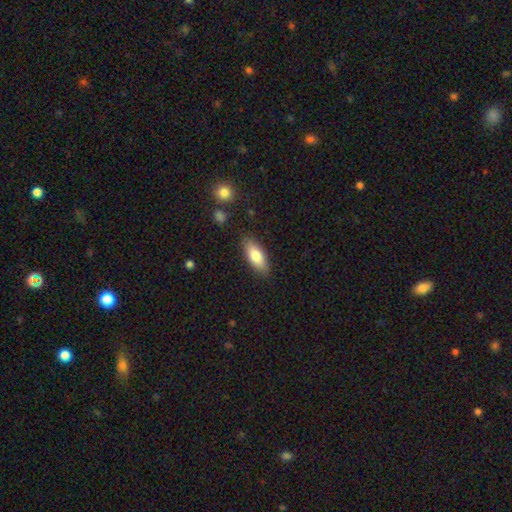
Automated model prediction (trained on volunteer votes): This is likely a smooth galaxy (78%). How rounded: likely in between (75%). Merging: clearly none (85%).